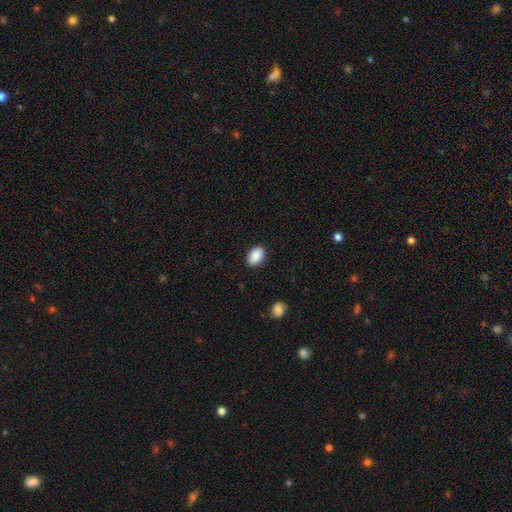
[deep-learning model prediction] Overall: smooth (90%). How rounded: in between (88%). Merging: none (88%).